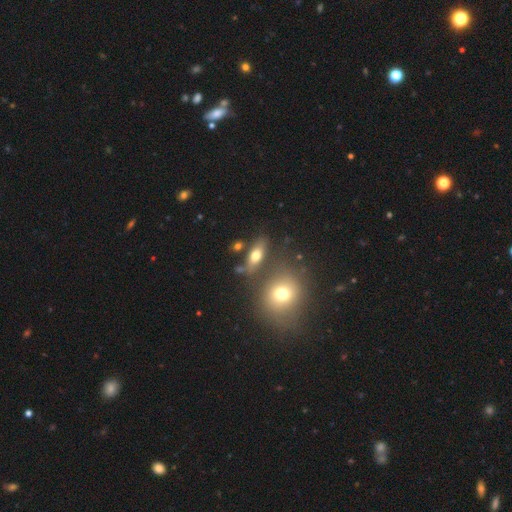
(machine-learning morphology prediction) A smooth galaxy with no disk features (66%) that is in between round and cigar-shaped (70%). Merging: none (70%).